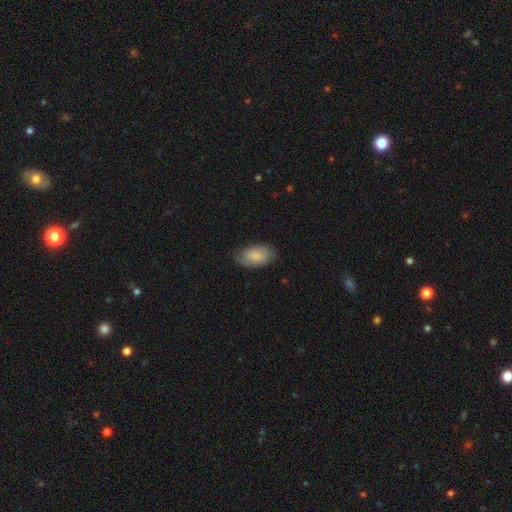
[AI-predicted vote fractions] Morphology: type=smooth (76%); roundness=in between (94%); merging=none (76%).